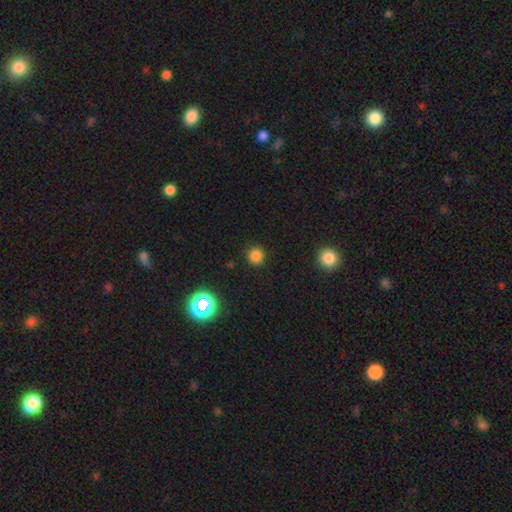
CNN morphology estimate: This appears to be a smooth galaxy with no disk features (80%) that is round (93%). Merging: none (90%).